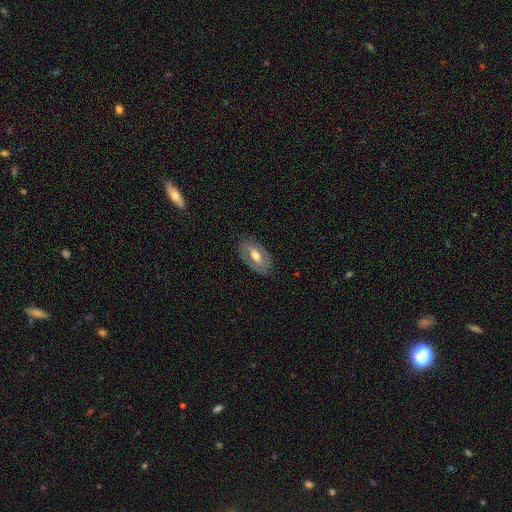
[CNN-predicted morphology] A featured or disk galaxy (61%) with a weak bar (37%), spiral arms (59%) and a moderate central bulge (70%).

Vote fractions:
- Smooth or featured? featured or disk: 61% / smooth: 33% / star or artifact: 6%
- Edge-on disk? no: 89% / yes: 11%
- Bar? weak: 37% / strong: 36% / no: 27%
- Spiral arms? yes: 59% / no: 41%
- Bulge size? moderate: 70% / small: 16% / large: 11% / none: 1% / dominant: 1%
- Merging? none: 82% / minor disturbance: 13% / major disturbance: 4% / merger: 1%